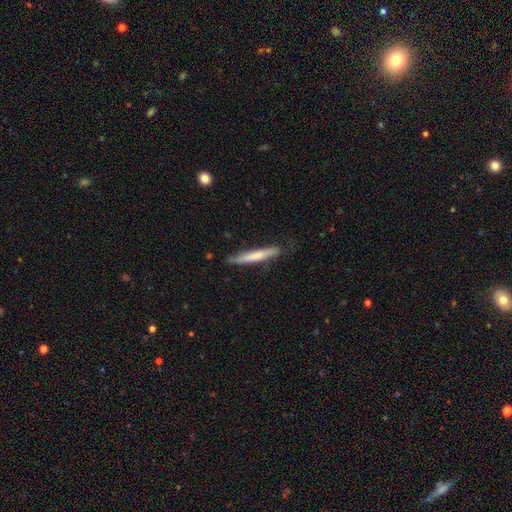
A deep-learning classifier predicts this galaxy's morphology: Smooth or featured: smooth — 66% (featured or disk — 29%)
How rounded: cigar-shaped — 94% (in between — 4%)
Merging: none — 77% (minor disturbance — 18%)